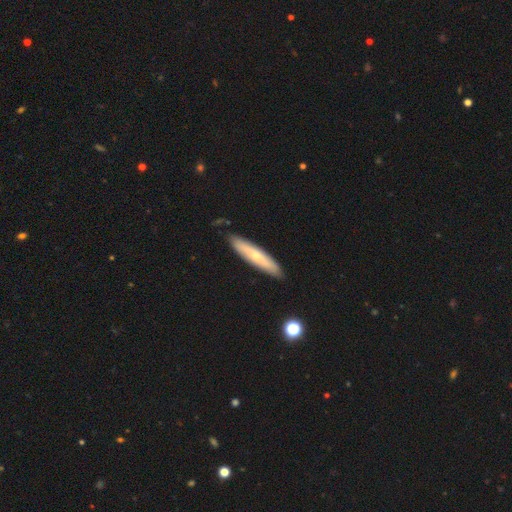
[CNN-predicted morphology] type=smooth (51%); roundness=cigar-shaped (85%); merging=none (87%).